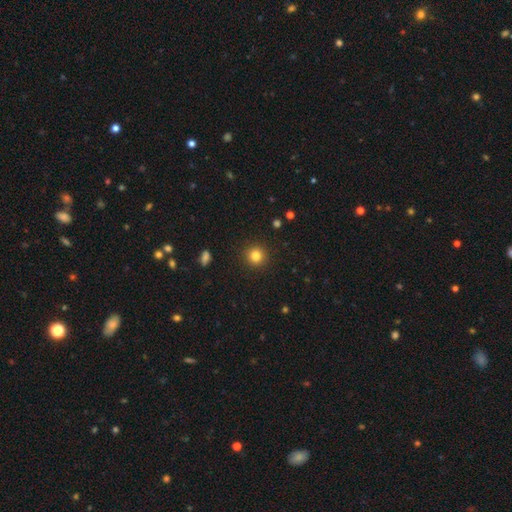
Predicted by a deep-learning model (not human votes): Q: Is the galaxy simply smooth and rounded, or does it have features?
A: smooth — 83%.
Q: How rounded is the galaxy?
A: round — 93%.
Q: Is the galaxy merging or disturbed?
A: none — 91%.